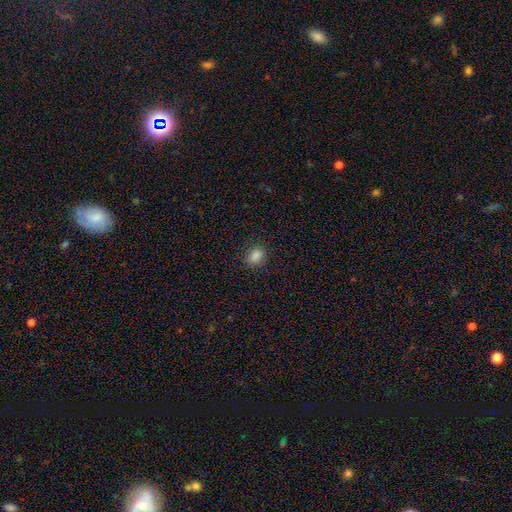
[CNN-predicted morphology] type=smooth (84%); roundness=in between (61%); merging=none (86%).